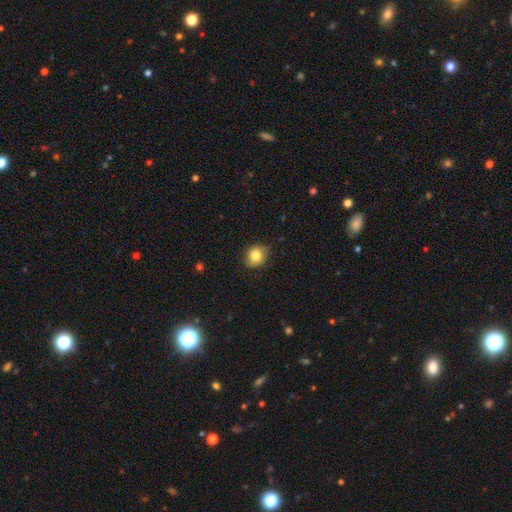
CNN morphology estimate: type=smooth (81%); roundness=round (64%); merging=none (80%).